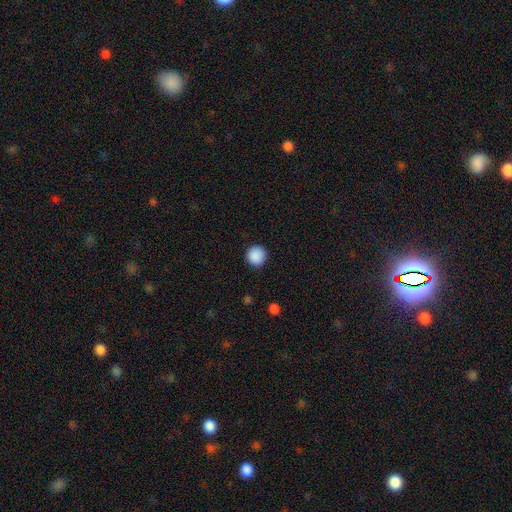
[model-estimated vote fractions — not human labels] Smooth or featured? Predicted: smooth (p=0.89). How rounded? Predicted: round (p=0.95). Merging? Predicted: none (p=0.91).